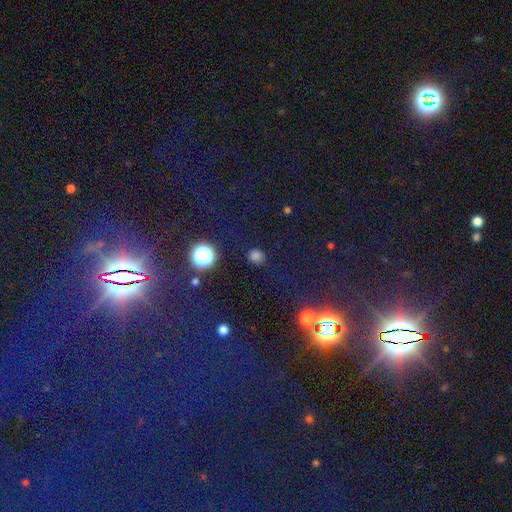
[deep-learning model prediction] Smooth or featured? Predicted: smooth (p=0.74). How rounded? Predicted: round (p=0.86). Merging? Predicted: none (p=0.88).